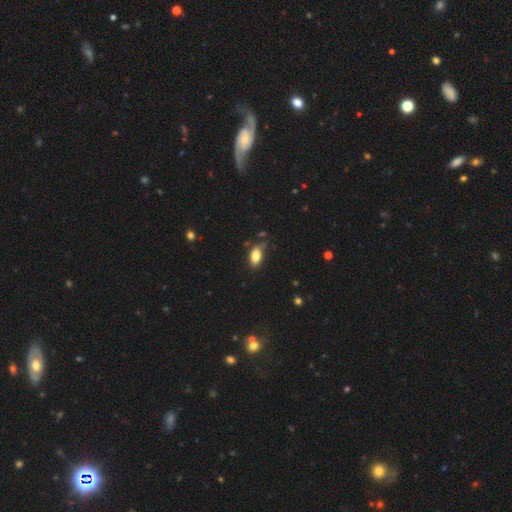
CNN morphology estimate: Smooth or featured? Predicted: smooth (p=0.84). How rounded? Predicted: in between (p=0.91). Merging? Predicted: none (p=0.72).